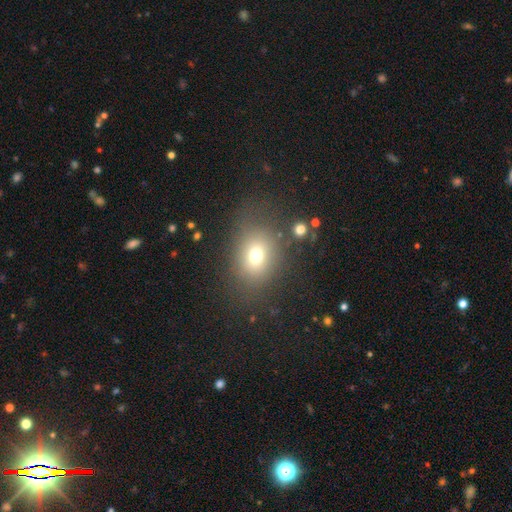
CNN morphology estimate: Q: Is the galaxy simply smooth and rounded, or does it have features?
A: smooth — 70%.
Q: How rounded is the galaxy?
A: in between — 53%.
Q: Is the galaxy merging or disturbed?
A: none — 70%.